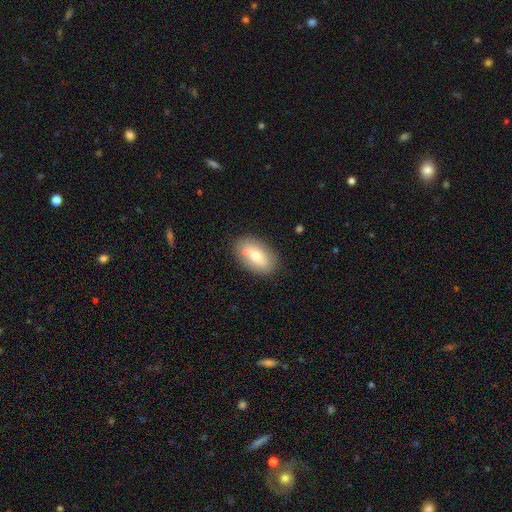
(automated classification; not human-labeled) The model was most divided on "smooth or featured": smooth: 67%, featured or disk: 26%, star or artifact: 7%. More confident: how rounded — in between (92%); merging — none (80%).